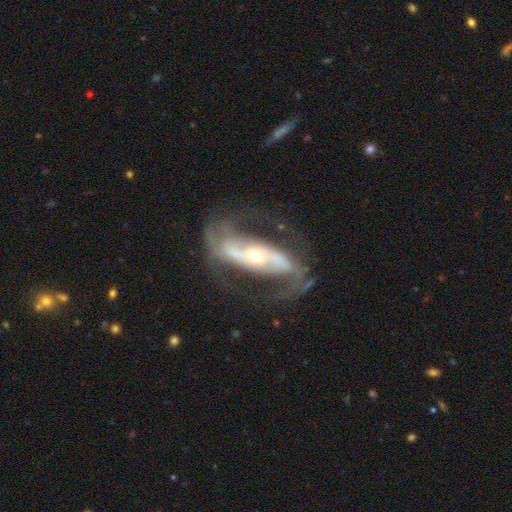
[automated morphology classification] smooth_or_featured: featured or disk (p=0.88) [alt: smooth p=0.07]
disk_edge_on: no (p=0.92) [alt: yes p=0.08]
bar: strong (p=0.54) [alt: no p=0.25]
has_spiral_arms: yes (p=0.92) [alt: no p=0.08]
spiral_winding: medium (p=0.46) [alt: loose p=0.35]
spiral_arm_count: 2 (p=0.90) [alt: can't tell p=0.04]
bulge_size: small (p=0.58) [alt: moderate p=0.37]
merging: none (p=0.70) [alt: minor disturbance p=0.14]